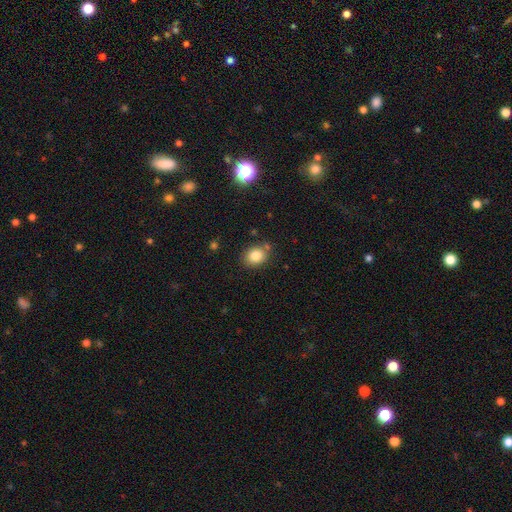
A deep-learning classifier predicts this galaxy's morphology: Smooth or featured? smooth (83%)
How rounded? round (55%)
Merging? none (77%)